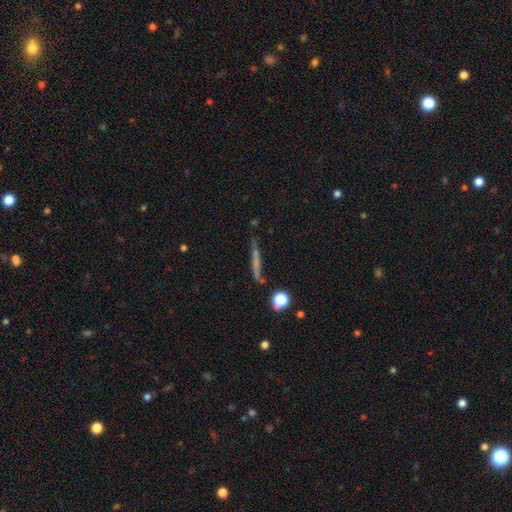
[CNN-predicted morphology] featured or disk 46%, smooth 40%, star or artifact 13%. Down the decision tree: merging — none (78%).